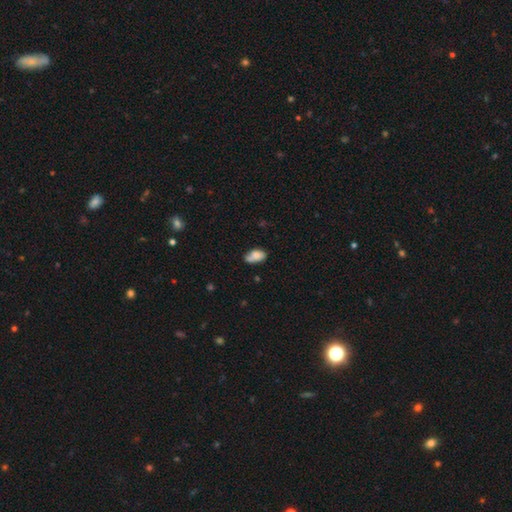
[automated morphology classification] smooth 78%, featured or disk 14%, star or artifact 8%. Down the decision tree: how rounded — in between (91%); merging — none (52%).